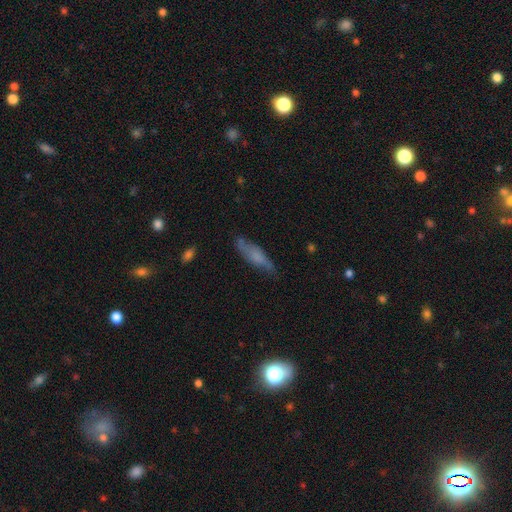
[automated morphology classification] type=smooth (58%); roundness=cigar-shaped (64%); merging=none (65%).